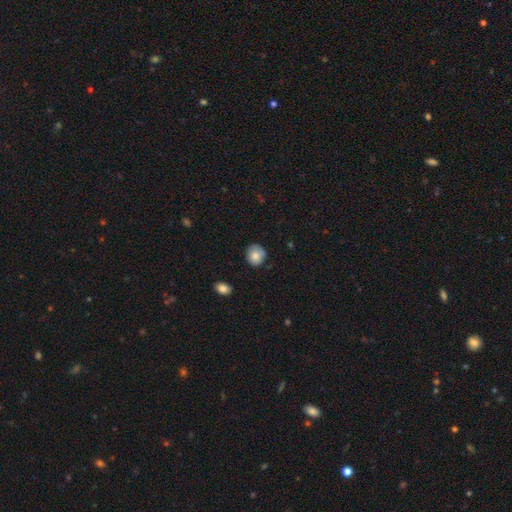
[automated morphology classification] smooth 80%, featured or disk 12%, star or artifact 8%. Down the decision tree: how rounded — round (80%); merging — none (74%).